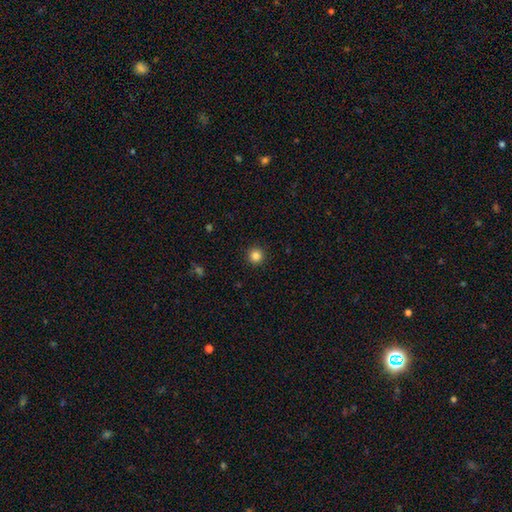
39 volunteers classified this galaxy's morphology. Smooth or featured: smooth — 92% (star or artifact — 5%)
How rounded: round — 94% (in between — 6%)
Merging: none — 97% (major disturbance — 3%)